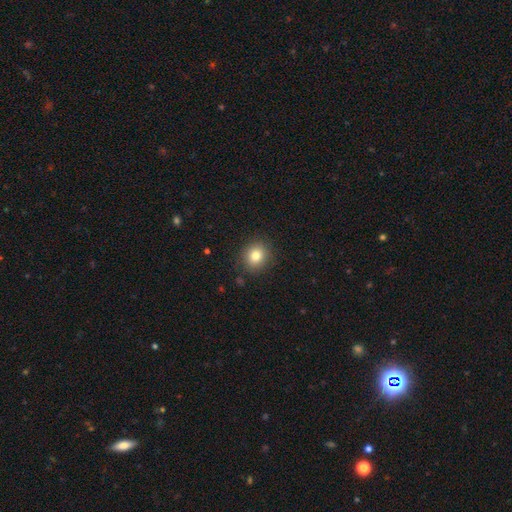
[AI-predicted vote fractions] This is clearly a smooth galaxy (81%). How rounded: likely round (80%). Merging: clearly none (88%).